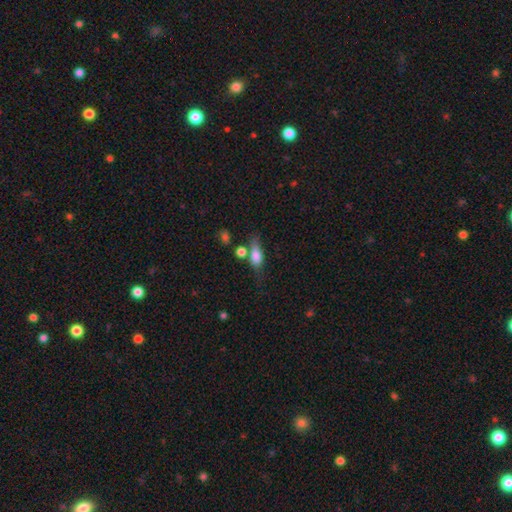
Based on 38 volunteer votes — A smooth galaxy with no disk features (74%) that is in between round and cigar-shaped (75%). Merging: none (36%).